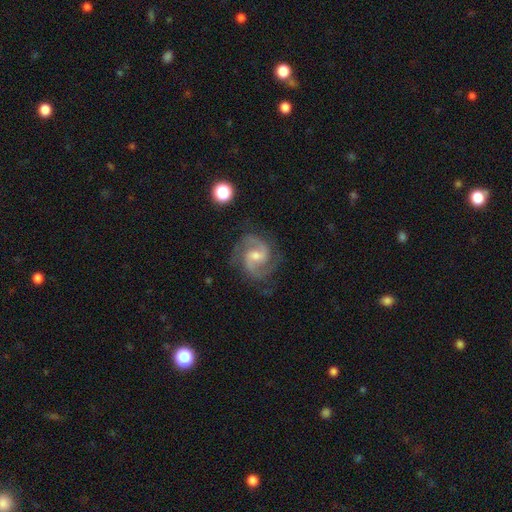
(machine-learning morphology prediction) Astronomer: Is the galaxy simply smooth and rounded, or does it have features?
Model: featured or disk — 91%.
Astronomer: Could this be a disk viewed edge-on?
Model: no — 98%.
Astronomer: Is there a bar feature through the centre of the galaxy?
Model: weak — 48% (runner-up: no, 38%).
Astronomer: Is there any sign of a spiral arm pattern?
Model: yes — 98%.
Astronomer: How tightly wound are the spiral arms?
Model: medium — 61%.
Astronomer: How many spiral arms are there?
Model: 2 — 89%.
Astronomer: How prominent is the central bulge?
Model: moderate — 48% (runner-up: small, 46%).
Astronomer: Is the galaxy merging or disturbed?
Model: none — 79%.